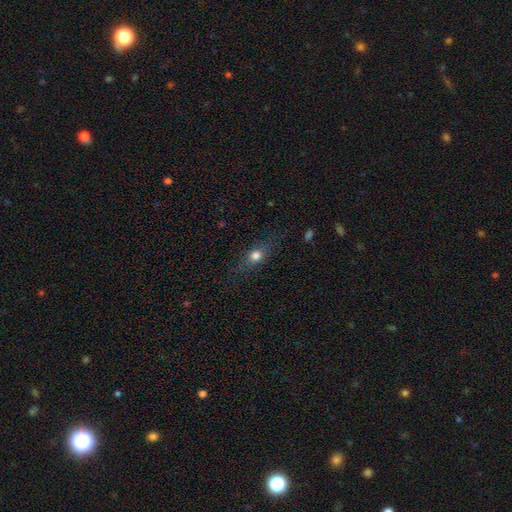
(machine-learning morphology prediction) smooth_or_featured: smooth (p=0.64) [alt: featured or disk p=0.23]
how_rounded: in between (p=0.46) [alt: round p=0.32]
merging: none (p=0.77) [alt: minor disturbance p=0.15]